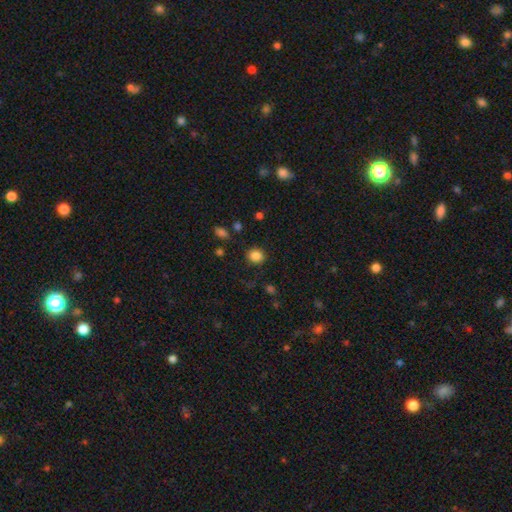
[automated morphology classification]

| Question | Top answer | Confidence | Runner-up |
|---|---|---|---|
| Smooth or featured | smooth | 85% | star or artifact (10%) |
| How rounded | round | 72% | in between (27%) |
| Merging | none | 84% | minor disturbance (10%) |